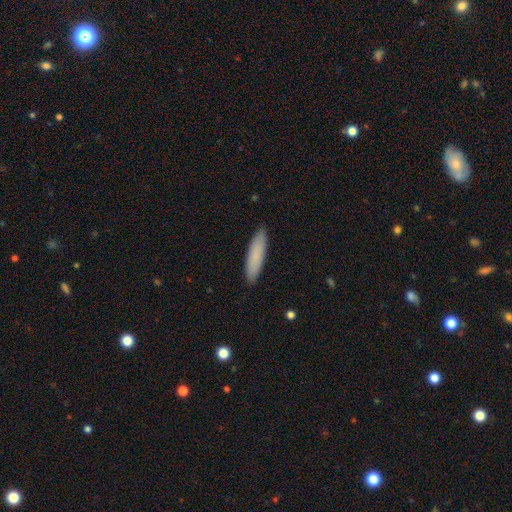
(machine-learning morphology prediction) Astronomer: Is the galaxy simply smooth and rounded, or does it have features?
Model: smooth — 85%.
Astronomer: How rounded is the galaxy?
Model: cigar-shaped — 75%.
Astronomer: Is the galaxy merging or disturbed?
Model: none — 90%.